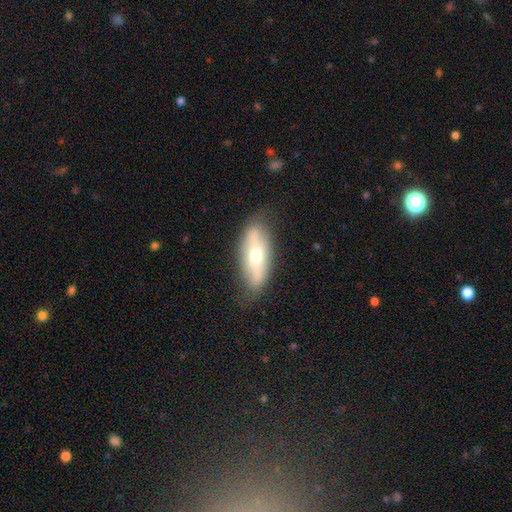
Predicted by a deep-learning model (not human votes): This appears to be a featured or disk galaxy (47%). Merging: none (72%).